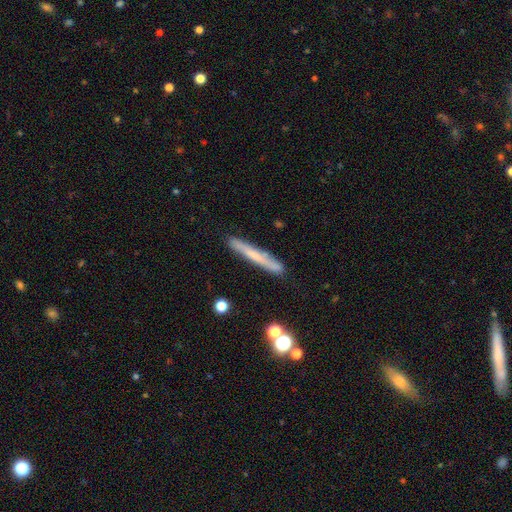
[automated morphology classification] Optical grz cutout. It shows a smooth galaxy with no disk features (52%) that is cigar-shaped (95%). Merging: none (85%).